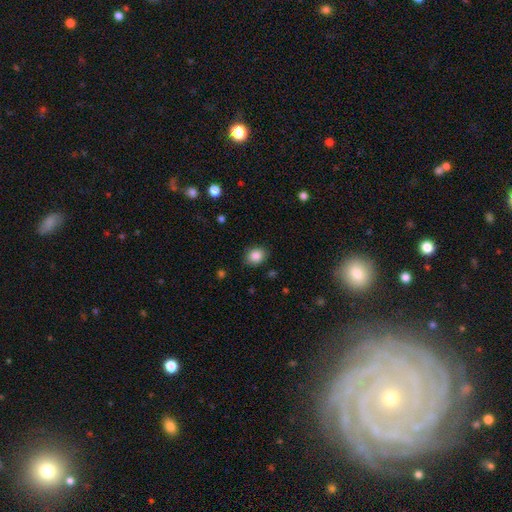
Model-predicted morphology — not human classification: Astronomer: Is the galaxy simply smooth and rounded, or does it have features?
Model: smooth — 86%.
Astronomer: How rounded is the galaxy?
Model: round — 52% (runner-up: in between, 47%).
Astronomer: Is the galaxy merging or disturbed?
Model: none — 86%.